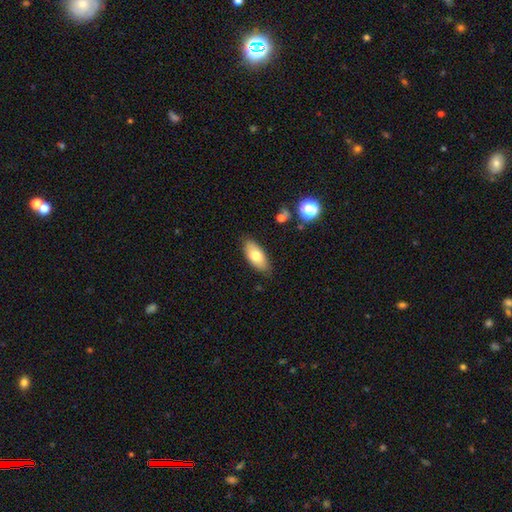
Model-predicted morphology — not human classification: Q: Smooth or featured?
A: smooth (75%); runner-up: featured or disk (18%)
Q: How rounded?
A: in between (88%); runner-up: cigar-shaped (9%)
Q: Merging?
A: none (84%); runner-up: minor disturbance (13%)